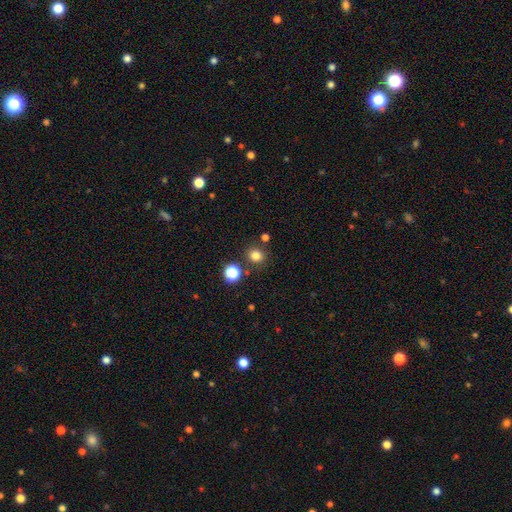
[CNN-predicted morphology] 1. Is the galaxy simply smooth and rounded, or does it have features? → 79% smooth, 16% star or artifact, 5% featured or disk.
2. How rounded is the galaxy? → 82% round, 17% in between, 1% cigar-shaped.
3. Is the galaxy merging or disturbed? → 82% none, 8% minor disturbance, 6% merger, 3% major disturbance.